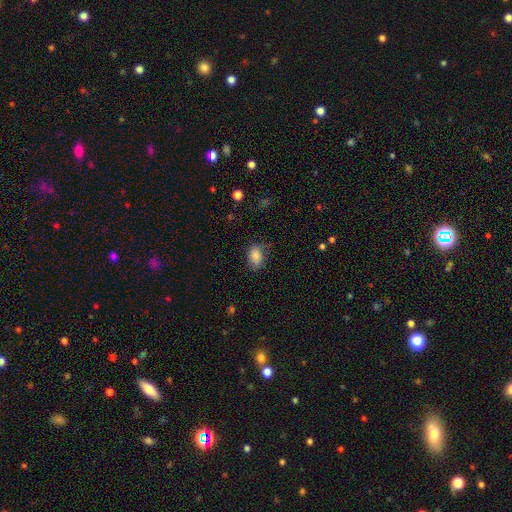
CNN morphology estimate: smooth_or_featured: smooth (p=0.84) [alt: star or artifact p=0.09]
how_rounded: in between (p=0.87) [alt: round p=0.12]
merging: none (p=0.64) [alt: minor disturbance p=0.26]